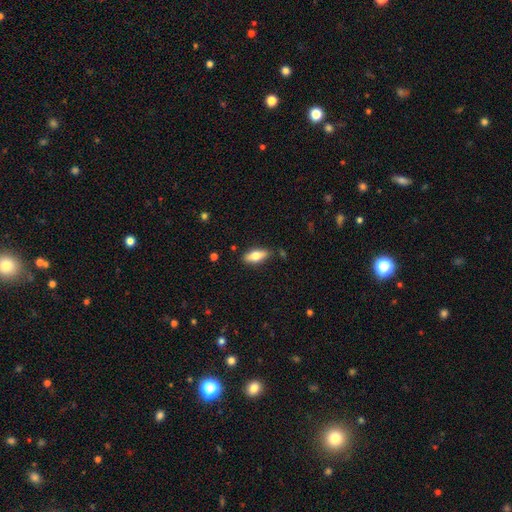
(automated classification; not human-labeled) smooth 70%, featured or disk 24%, star or artifact 6%. Down the decision tree: how rounded — in between (74%); merging — none (82%).